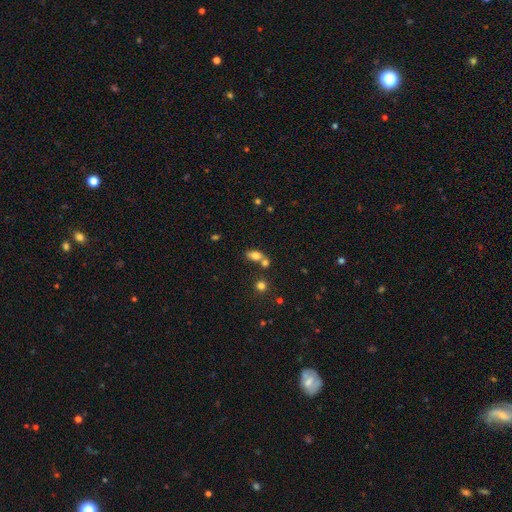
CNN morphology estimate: Smooth or featured?
  - smooth: 76% *
  - featured or disk: 13%
  - star or artifact: 11%
How rounded?
  - in between: 83% *
  - round: 11%
  - cigar-shaped: 6%
Merging?
  - none: 49% *
  - merger: 34%
  - minor disturbance: 12%
  - major disturbance: 5%